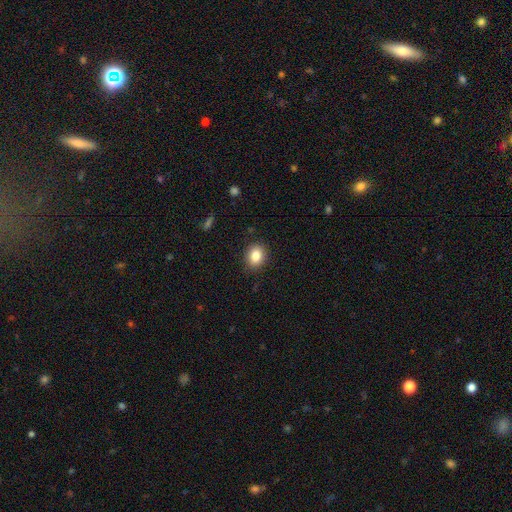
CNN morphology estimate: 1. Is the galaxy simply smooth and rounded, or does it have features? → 84% smooth, 9% star or artifact, 6% featured or disk.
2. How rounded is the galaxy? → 50% round (tied), 50% in between (tied), 1% cigar-shaped.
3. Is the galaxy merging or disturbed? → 88% none, 8% minor disturbance, 2% major disturbance, 1% merger.